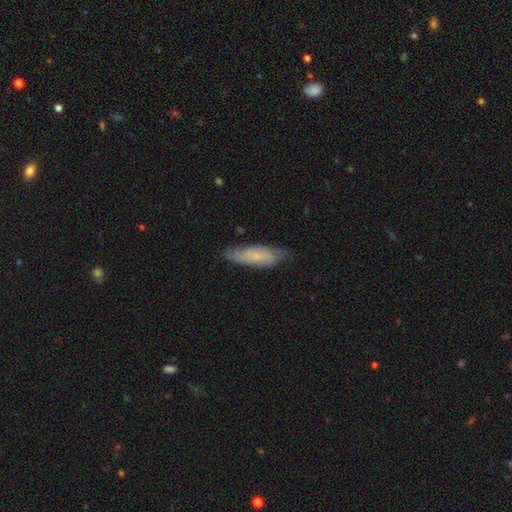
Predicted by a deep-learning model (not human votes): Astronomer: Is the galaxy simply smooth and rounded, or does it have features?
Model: smooth — 59%.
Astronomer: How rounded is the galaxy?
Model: cigar-shaped — 49%, tied with in between at 49%.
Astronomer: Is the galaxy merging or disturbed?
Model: none — 70%.